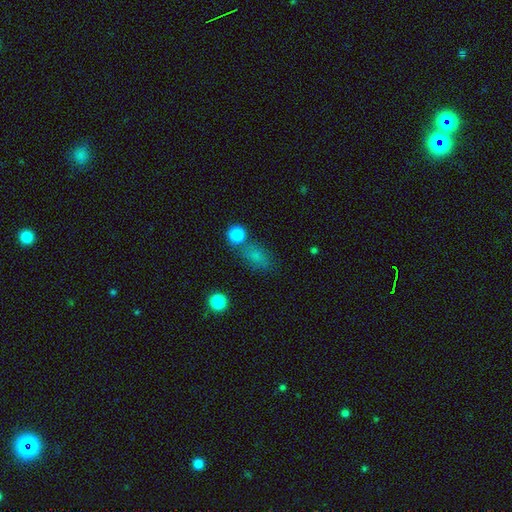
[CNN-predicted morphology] Overall: smooth (73%). How rounded: in between (68%). Merging: none (59%).